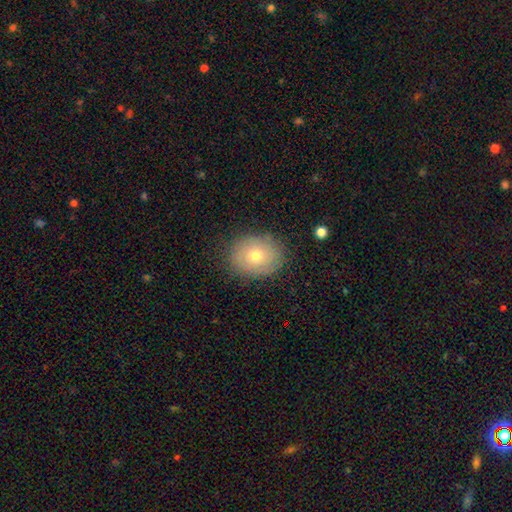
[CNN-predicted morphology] type=smooth (68%); roundness=round (52%); merging=none (84%).